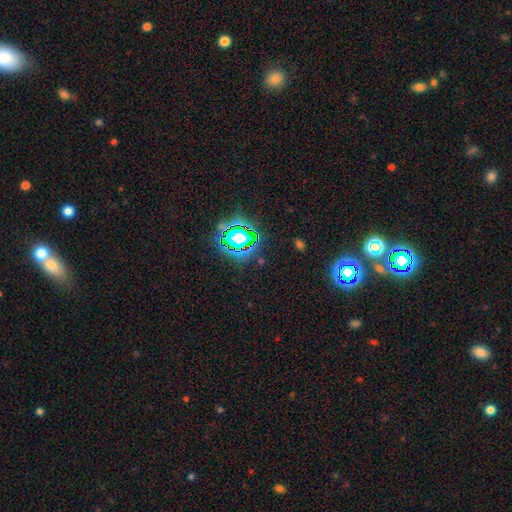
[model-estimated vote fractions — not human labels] Smooth or featured?
  - star or artifact: 75% *
  - smooth: 17%
  - featured or disk: 8%